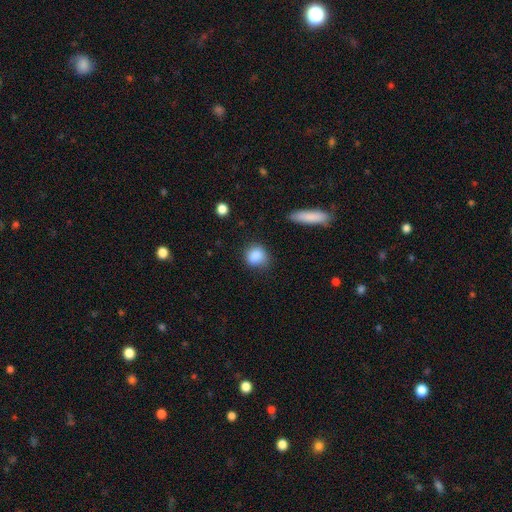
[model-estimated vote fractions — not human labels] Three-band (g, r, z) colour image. It shows a smooth galaxy with no disk features (87%) that is round (76%). Merging: none (73%).